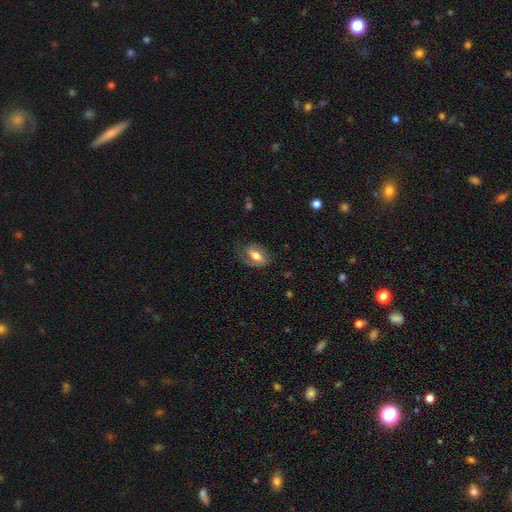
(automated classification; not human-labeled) Smooth or featured?
  - featured or disk: 49% *
  - smooth: 44%
  - star or artifact: 7%
Merging?
  - none: 61% *
  - minor disturbance: 23%
  - major disturbance: 14%
  - merger: 2%